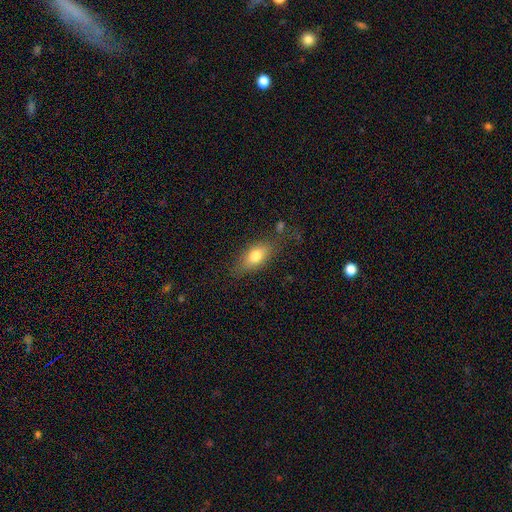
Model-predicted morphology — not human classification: The model was most divided on "merging": none: 72%, minor disturbance: 18%, major disturbance: 6%, merger: 4%. More confident: how rounded — in between (82%); smooth or featured — smooth (75%).